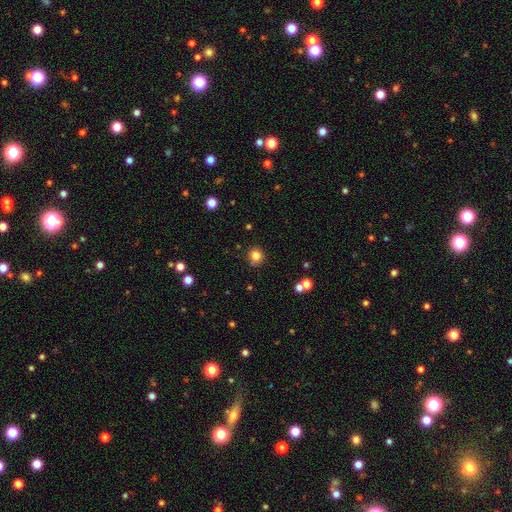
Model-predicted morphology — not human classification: Smooth or featured? smooth (82%)
How rounded? round (90%)
Merging? none (83%)